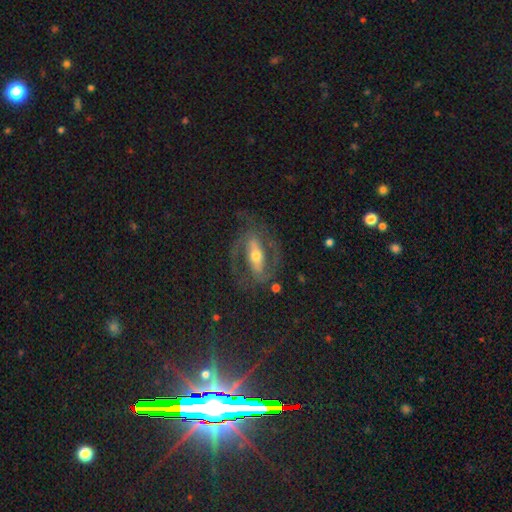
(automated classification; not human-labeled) The model was most divided on "spiral winding": medium: 48%, tight: 33%, loose: 19%. More confident: edge-on disk — no (88%); spiral arm count — 2 (85%); spiral arms — yes (83%); smooth or featured — featured or disk (75%); merging — none (73%); bar — strong (59%); bulge size — moderate (56%).